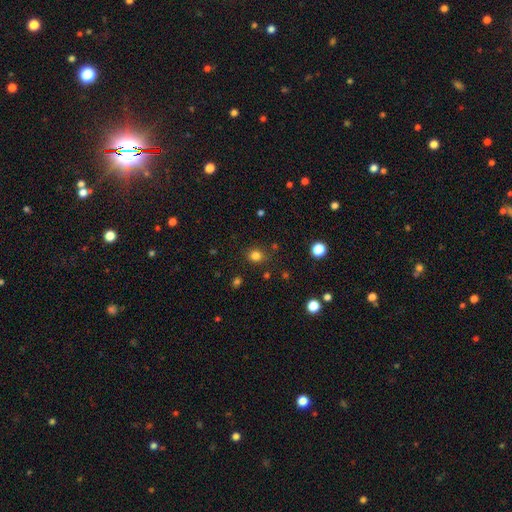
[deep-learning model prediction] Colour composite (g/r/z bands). It shows a smooth galaxy with no disk features (81%) that is round (74%). Merging: none (83%).